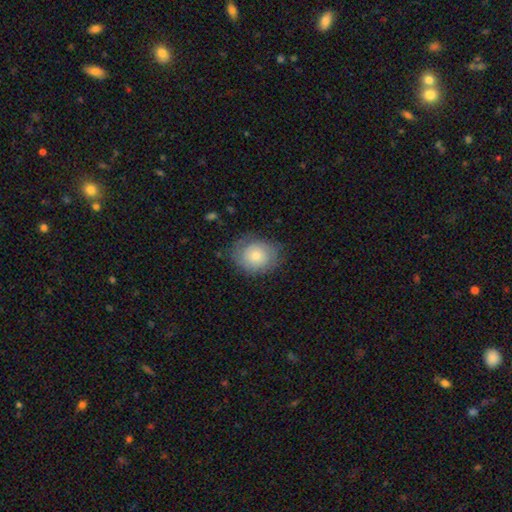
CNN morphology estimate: This appears to be a smooth galaxy with no disk features (62%) that is round (52%). Merging: none (71%).